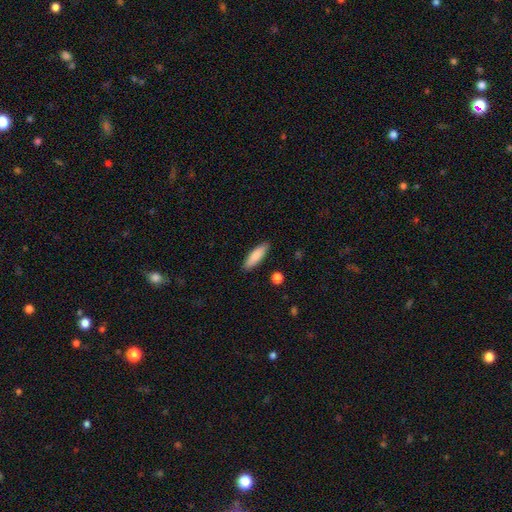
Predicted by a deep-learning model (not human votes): smooth-or-featured: smooth: 85% | featured or disk: 10% | star or artifact: 6%
  how-rounded: cigar-shaped: 59% | in between: 40% | round: 2%
  merging: none: 88% | minor disturbance: 8% | major disturbance: 2% | merger: 1%